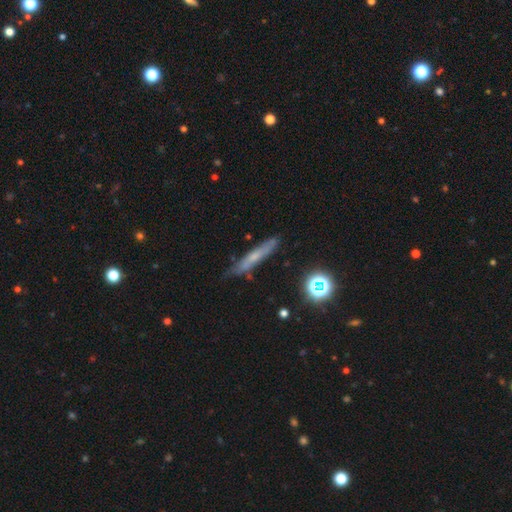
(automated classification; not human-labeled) The model was most divided on "smooth or featured": smooth: 47%, featured or disk: 41%, star or artifact: 12%. More confident: merging — none (74%).